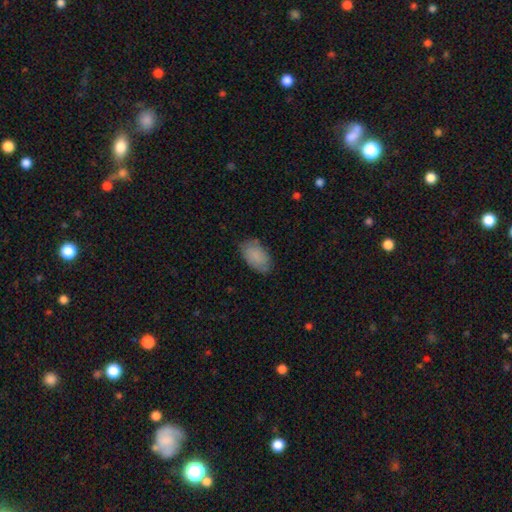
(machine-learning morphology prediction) Q: Smooth or featured?
A: smooth (84%); runner-up: featured or disk (9%)
Q: How rounded?
A: in between (93%); runner-up: round (6%)
Q: Merging?
A: none (75%); runner-up: minor disturbance (19%)